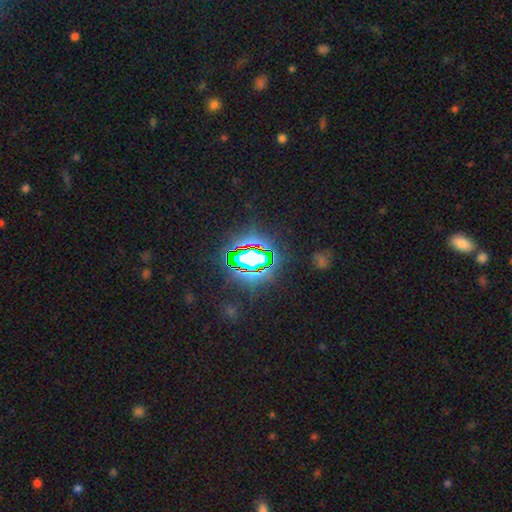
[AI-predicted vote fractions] Morphology: type=star or artifact (77%).